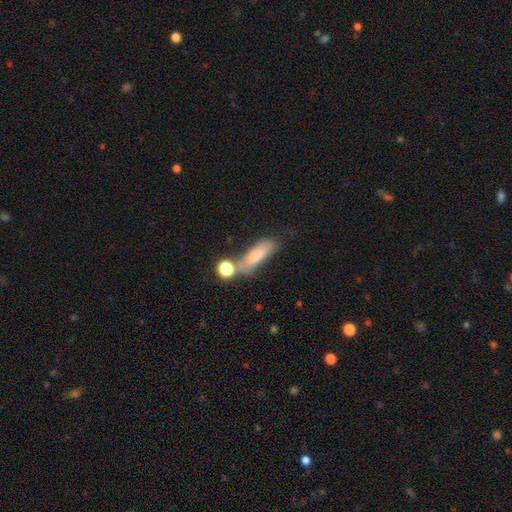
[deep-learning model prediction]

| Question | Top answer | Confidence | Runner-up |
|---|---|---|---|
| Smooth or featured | smooth | 72% | featured or disk (19%) |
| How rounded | cigar-shaped | 55% | in between (40%) |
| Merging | none | 49% | merger (21%) |